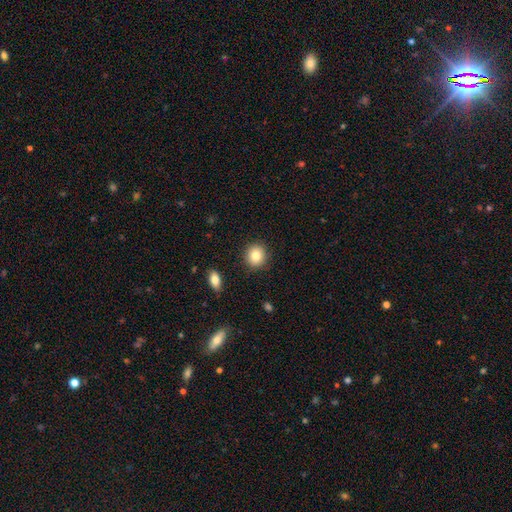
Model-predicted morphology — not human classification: Overall: smooth (83%). How rounded: round (85%). Merging: none (90%).